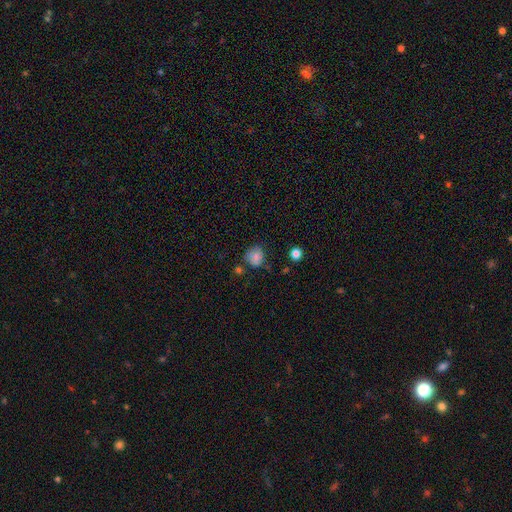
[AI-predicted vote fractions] Smooth or featured: smooth — 81% (star or artifact — 11%)
How rounded: round — 73% (in between — 26%)
Merging: none — 64% (minor disturbance — 24%)